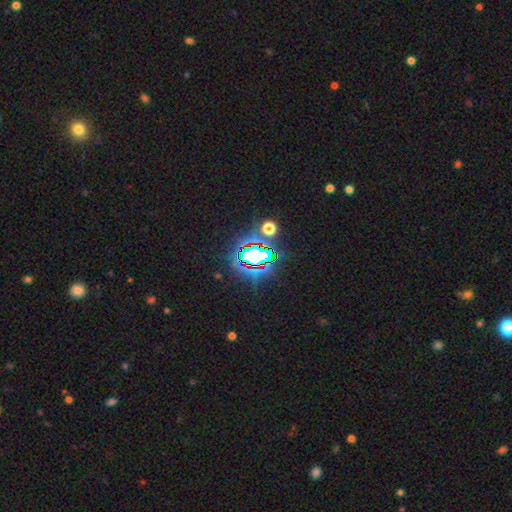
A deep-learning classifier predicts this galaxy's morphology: Q: Smooth or featured?
A: star or artifact (70%); runner-up: smooth (19%)